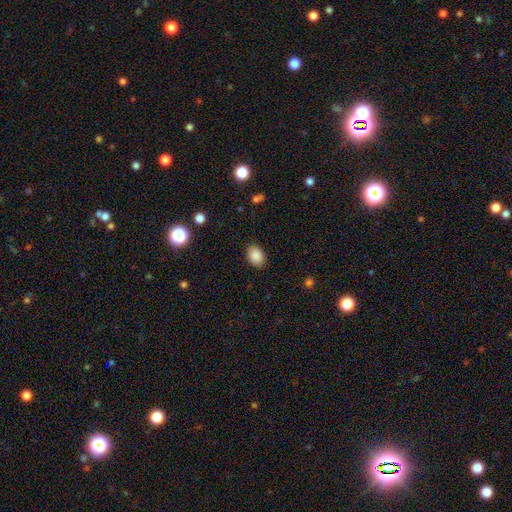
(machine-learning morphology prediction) This is clearly a smooth galaxy (88%). How rounded: likely in between (73%). Merging: clearly none (86%).